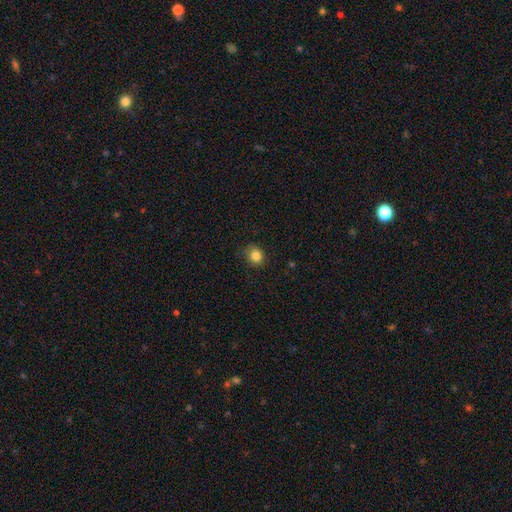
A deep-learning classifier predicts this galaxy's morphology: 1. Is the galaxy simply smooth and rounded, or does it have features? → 84% smooth, 11% star or artifact, 5% featured or disk.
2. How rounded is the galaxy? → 72% round, 27% in between, 1% cigar-shaped.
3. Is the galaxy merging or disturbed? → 83% none, 14% minor disturbance, 3% major disturbance, 1% merger.